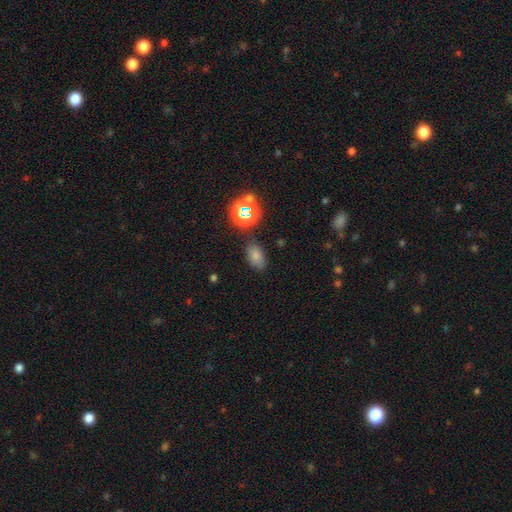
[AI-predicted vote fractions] Overall: smooth (73%). How rounded: in between (87%). Merging: none (79%).